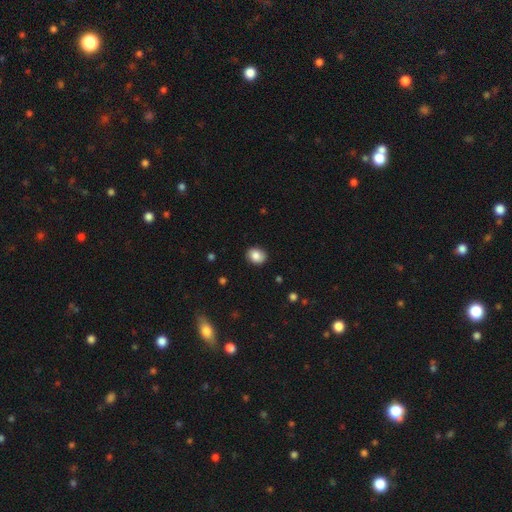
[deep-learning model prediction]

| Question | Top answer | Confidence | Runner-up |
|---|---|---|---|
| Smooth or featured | smooth | 86% | star or artifact (8%) |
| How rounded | round | 55% | in between (44%) |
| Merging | none | 88% | minor disturbance (9%) |